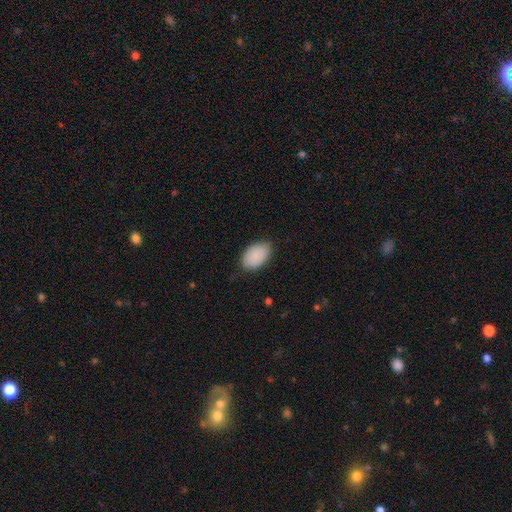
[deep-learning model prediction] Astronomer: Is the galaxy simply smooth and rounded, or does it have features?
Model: smooth — 89%.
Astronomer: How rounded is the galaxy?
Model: in between — 93%.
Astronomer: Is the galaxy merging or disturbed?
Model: none — 82%.